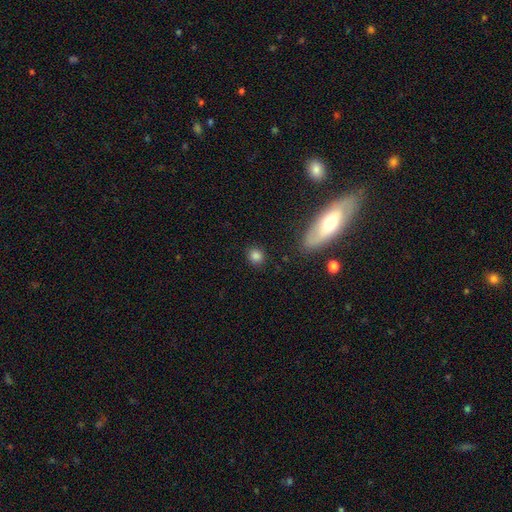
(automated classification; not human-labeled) Smooth or featured? Predicted: smooth (p=0.83). How rounded? Predicted: round (p=0.81). Merging? Predicted: none (p=0.87).